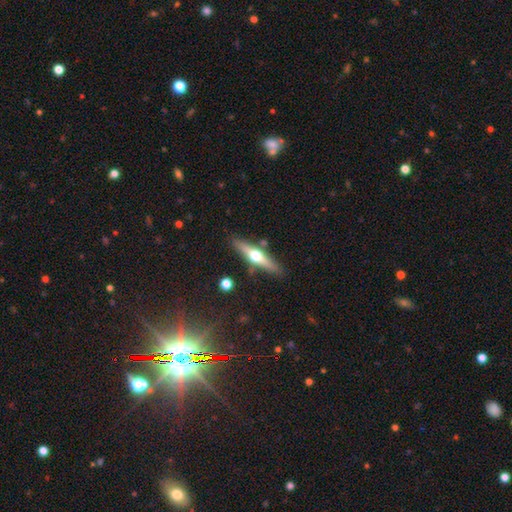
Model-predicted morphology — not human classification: Overall: featured or disk (66%; smooth 29%). Edge-on disk: yes (95%). Edge-on bulge: rounded (95%). Merging: none (85%).